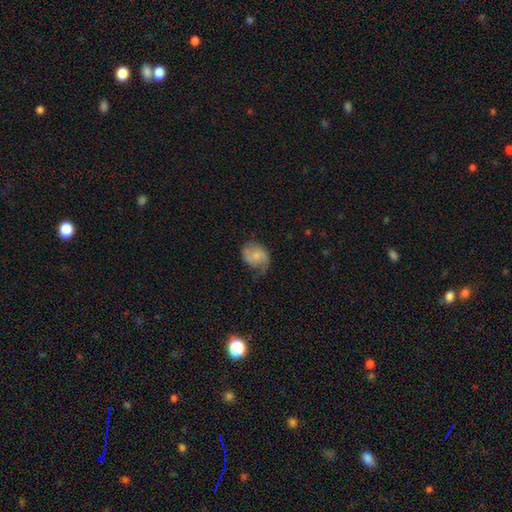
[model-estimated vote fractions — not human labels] Smooth or featured: featured or disk — 49% (smooth — 43%)
Merging: none — 46% (minor disturbance — 32%)